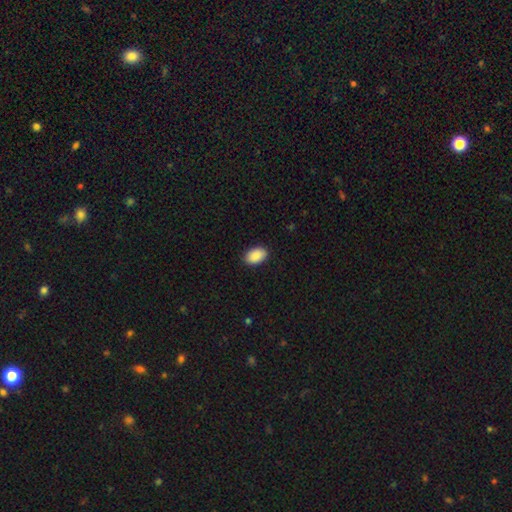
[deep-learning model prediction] smooth_or_featured: smooth (p=0.91) [alt: star or artifact p=0.07]
how_rounded: in between (p=0.91) [alt: round p=0.08]
merging: none (p=0.88) [alt: minor disturbance p=0.09]